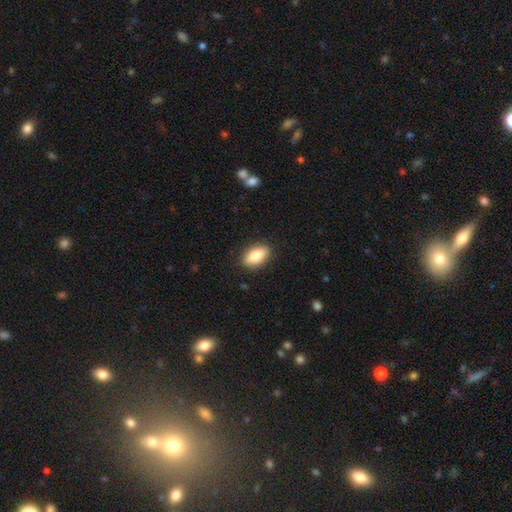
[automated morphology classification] Smooth or featured? smooth (78%)
How rounded? in between (88%)
Merging? none (88%)